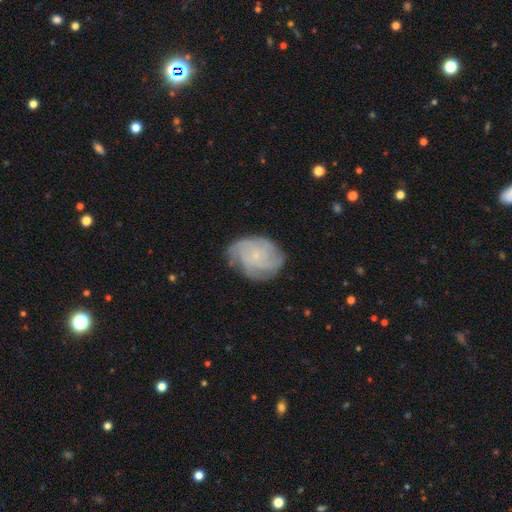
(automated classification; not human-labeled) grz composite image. It shows a featured or disk galaxy (74%) with no bar (78%), tight (60%) spiral arms (94%) and a small central bulge (79%). Merging: none (69%).